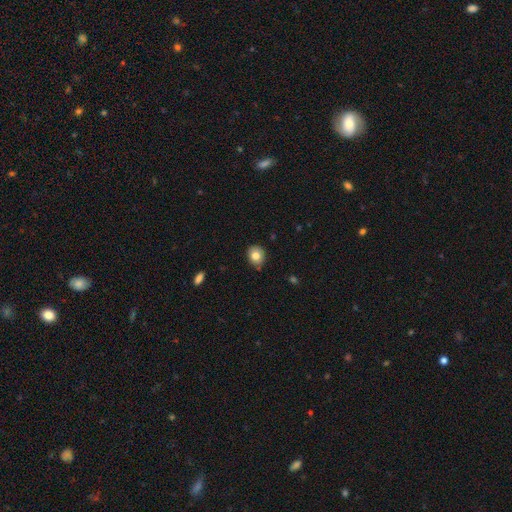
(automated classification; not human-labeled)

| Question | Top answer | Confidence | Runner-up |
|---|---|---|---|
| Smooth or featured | smooth | 80% | featured or disk (10%) |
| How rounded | round | 62% | in between (37%) |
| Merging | none | 81% | minor disturbance (15%) |